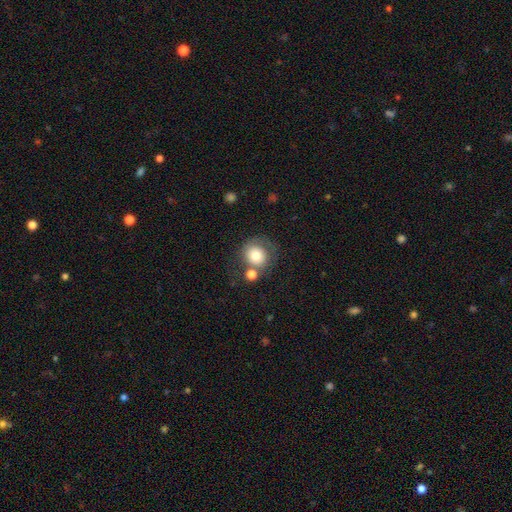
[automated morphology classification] A smooth galaxy with no disk features (76%) that is round (85%). Merging: none (53%).